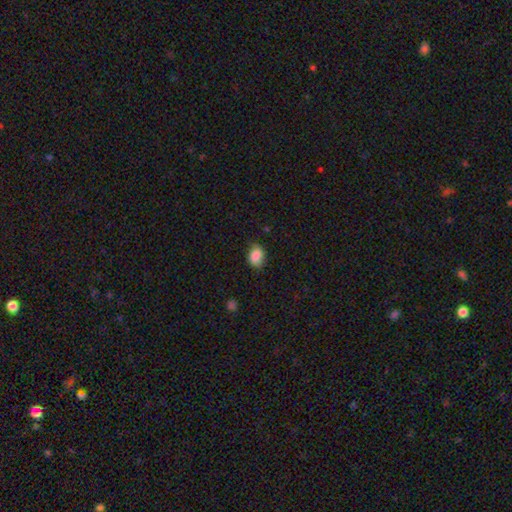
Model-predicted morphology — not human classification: smooth 87%, star or artifact 8%, featured or disk 5%. Down the decision tree: how rounded — in between (72%); merging — none (76%).